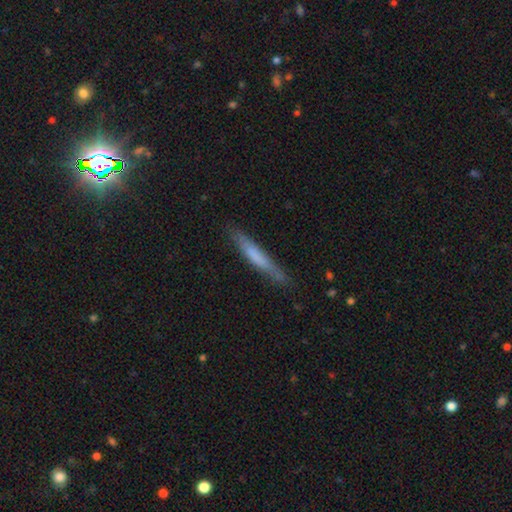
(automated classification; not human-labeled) Overall: smooth (61%; featured or disk 32%). How rounded: cigar-shaped (94%). Merging: none (80%).